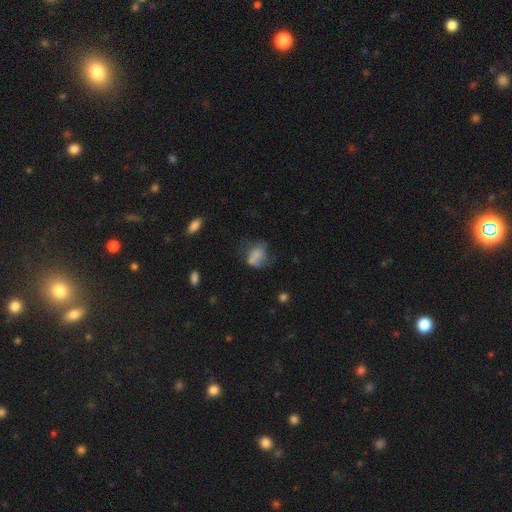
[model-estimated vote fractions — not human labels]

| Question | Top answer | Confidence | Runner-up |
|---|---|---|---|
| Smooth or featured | smooth | 65% | featured or disk (24%) |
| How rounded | in between | 62% | round (37%) |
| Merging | none | 33% | minor disturbance (24%) |